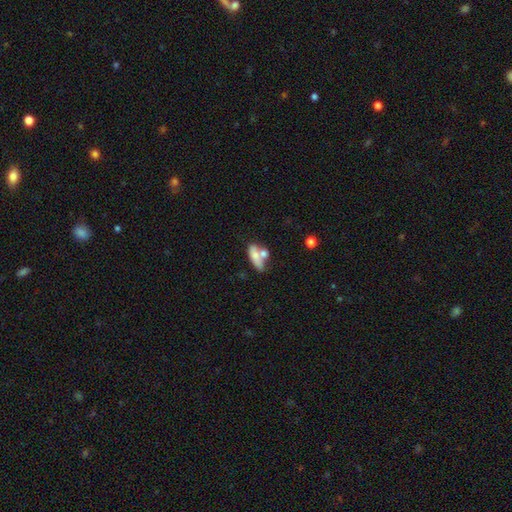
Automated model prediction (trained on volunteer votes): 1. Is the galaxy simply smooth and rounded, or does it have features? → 66% smooth, 26% featured or disk, 8% star or artifact.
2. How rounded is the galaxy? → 66% in between, 28% cigar-shaped, 6% round.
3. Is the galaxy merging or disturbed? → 44% merger, 32% none, 15% minor disturbance, 9% major disturbance.